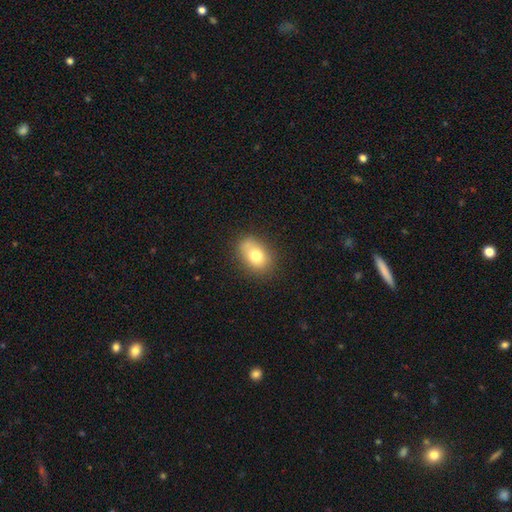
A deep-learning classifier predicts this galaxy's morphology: smooth 76%, featured or disk 14%, star or artifact 10%. Down the decision tree: how rounded — in between (75%); merging — none (69%).